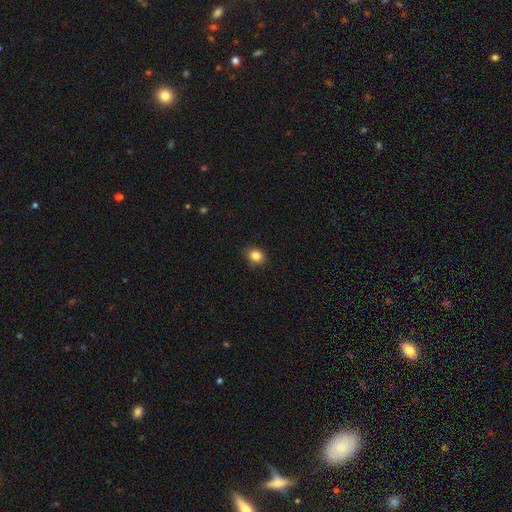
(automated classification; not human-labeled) smooth 85%, star or artifact 10%, featured or disk 5%. Down the decision tree: how rounded — round (60%); merging — none (87%).